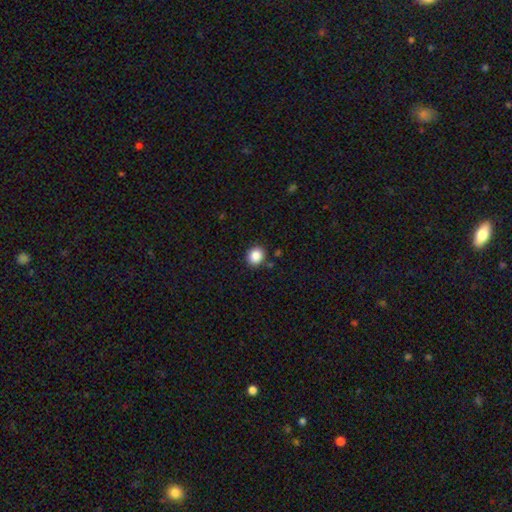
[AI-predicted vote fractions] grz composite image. It shows a smooth galaxy with no disk features (86%) that is round (78%). Merging: none (88%).